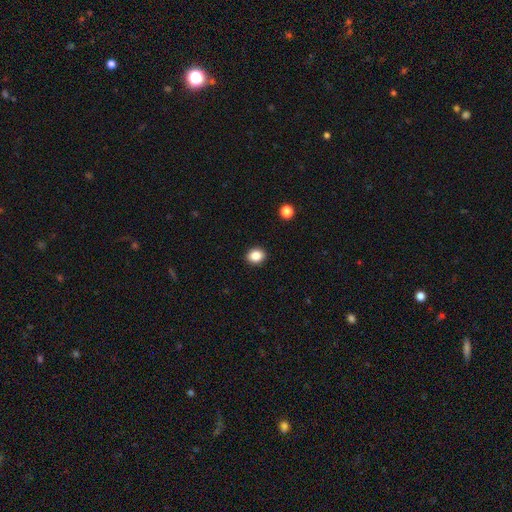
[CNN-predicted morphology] This is clearly a smooth galaxy (86%). How rounded: likely round (64%). Merging: clearly none (92%).